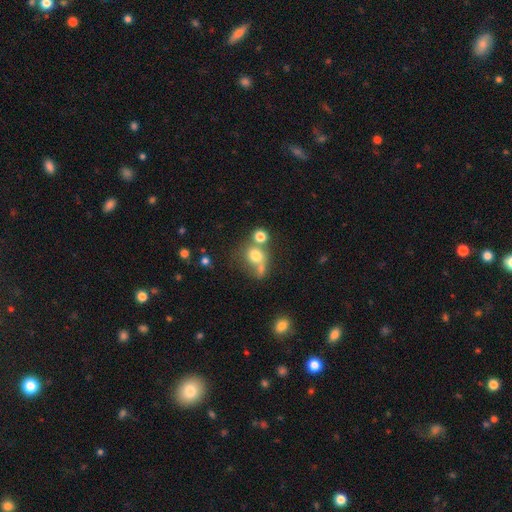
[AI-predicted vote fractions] This is likely a smooth galaxy (70%). How rounded: likely round (72%). Merging: marginally merger (43%).